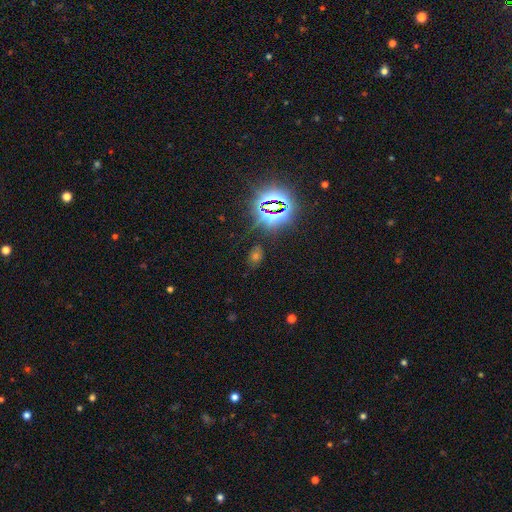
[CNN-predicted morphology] This appears to be a star or artifact, not a galaxy (63%).